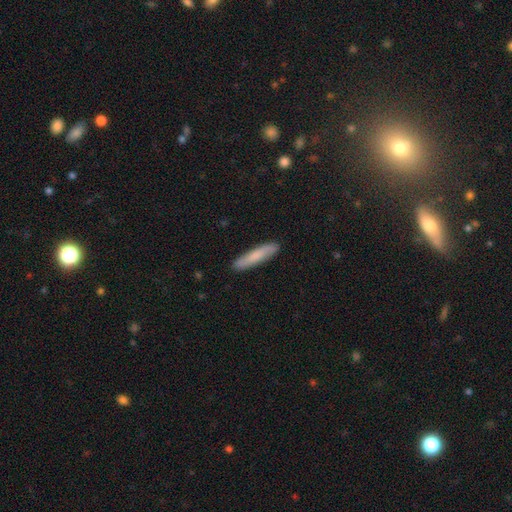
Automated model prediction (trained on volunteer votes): A smooth galaxy with no disk features (76%) that is cigar-shaped (88%).

Vote fractions:
- Smooth or featured? smooth: 76% / featured or disk: 18% / star or artifact: 6%
- How rounded? cigar-shaped: 88% / in between: 11% / round: 1%
- Merging? none: 90% / minor disturbance: 8% / major disturbance: 1% / merger: 1%